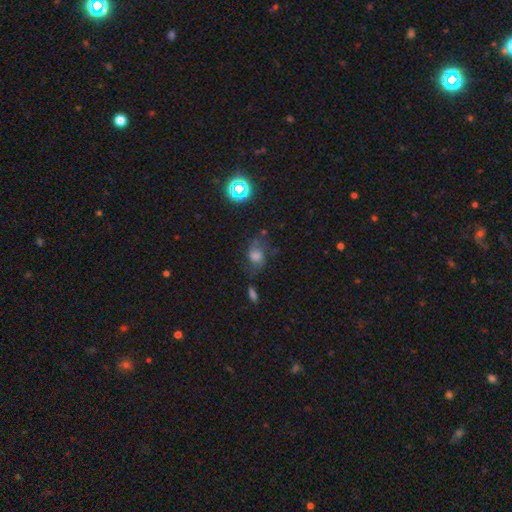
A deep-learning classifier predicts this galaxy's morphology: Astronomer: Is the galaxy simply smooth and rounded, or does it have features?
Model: smooth — 41% (runner-up: featured or disk, 35%).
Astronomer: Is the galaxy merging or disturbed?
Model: none — 55%.